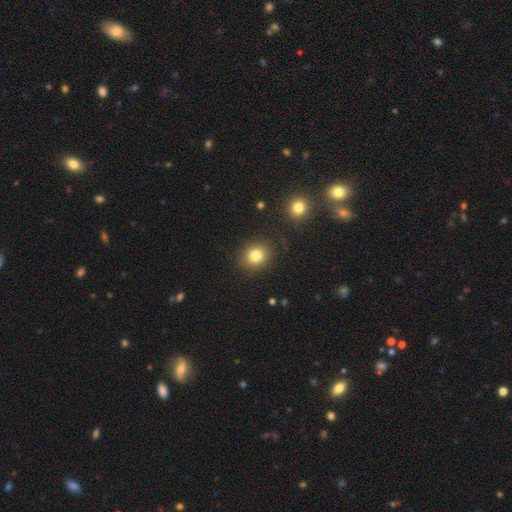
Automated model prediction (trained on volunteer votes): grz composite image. It shows a smooth galaxy with no disk features (81%) that is round (76%). Merging: none (86%).